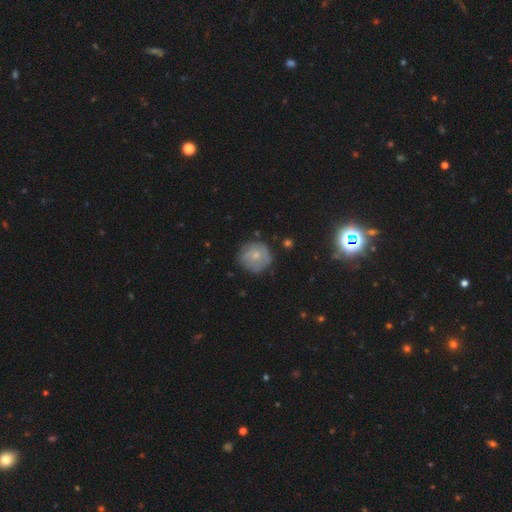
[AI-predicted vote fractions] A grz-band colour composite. It shows a smooth galaxy with no disk features (49%). Merging: none (73%).